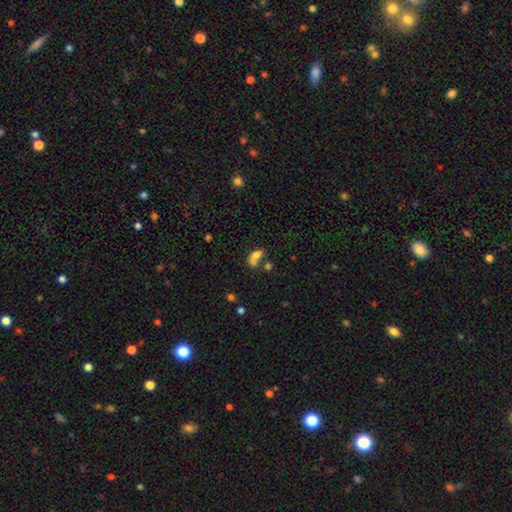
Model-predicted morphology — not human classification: Smooth or featured?
  - smooth: 70% *
  - featured or disk: 17%
  - star or artifact: 14%
How rounded?
  - in between: 77% *
  - round: 15%
  - cigar-shaped: 8%
Merging?
  - merger: 53% *
  - none: 24%
  - major disturbance: 11%
  - minor disturbance: 11%